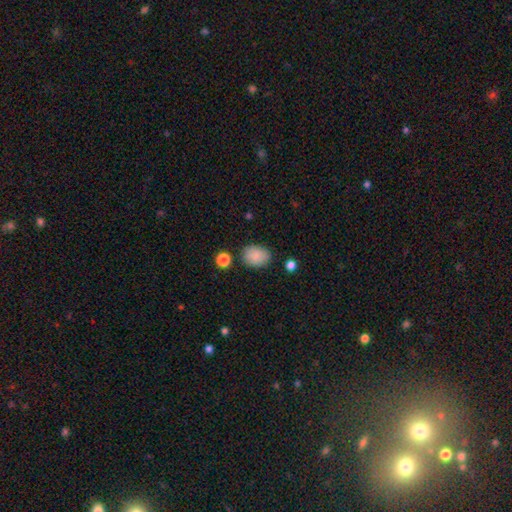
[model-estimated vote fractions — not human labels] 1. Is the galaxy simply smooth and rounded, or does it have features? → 88% smooth, 8% star or artifact, 5% featured or disk.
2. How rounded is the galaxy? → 65% in between, 34% round, 1% cigar-shaped.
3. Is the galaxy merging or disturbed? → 81% none, 13% minor disturbance, 3% major disturbance, 3% merger.